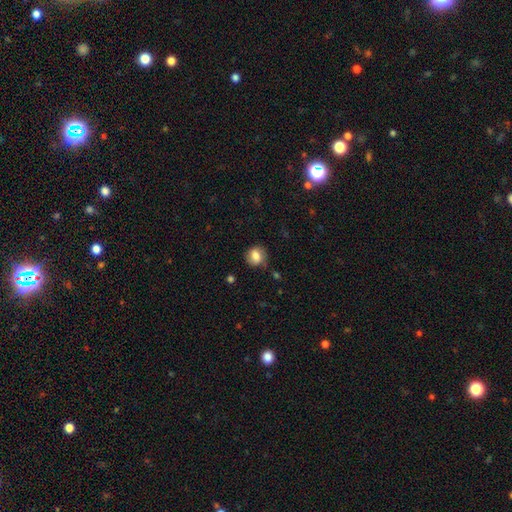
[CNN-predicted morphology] This is likely a smooth galaxy (78%). How rounded: likely round (68%). Merging: likely none (68%).